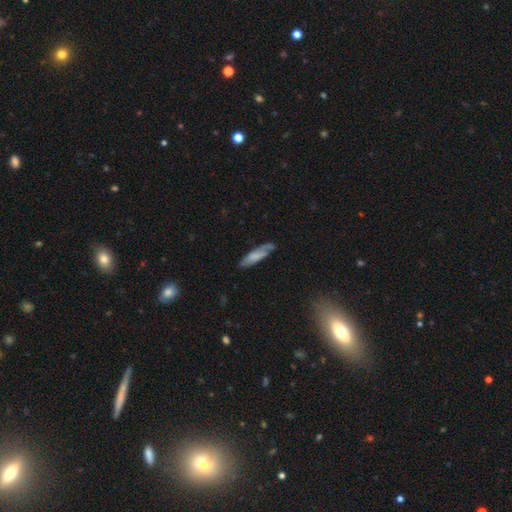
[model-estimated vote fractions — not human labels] smooth_or_featured: smooth (p=0.61) [alt: featured or disk p=0.32]
how_rounded: cigar-shaped (p=0.64) [alt: in between p=0.34]
merging: none (p=0.67) [alt: minor disturbance p=0.24]